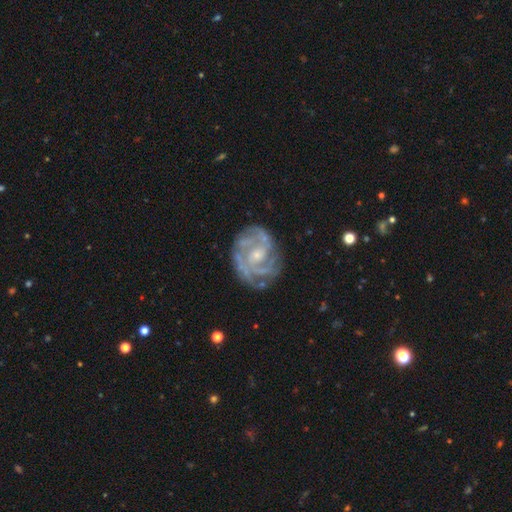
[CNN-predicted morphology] Smooth or featured? featured or disk (87%)
Edge-on disk? no (98%)
Bar? no (62%)
Spiral arms? yes (94%)
Spiral winding? tight (62%)
Spiral arm count? 3 (27%, tied with can't tell)
Bulge size? small (53%)
Merging? none (72%)